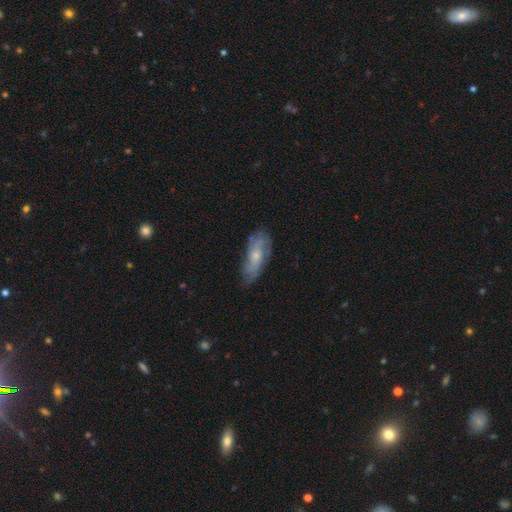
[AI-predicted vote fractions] This is possibly a featured or disk galaxy (54%). It is clearly not viewed edge-on (84%). Merging: likely none (65%).